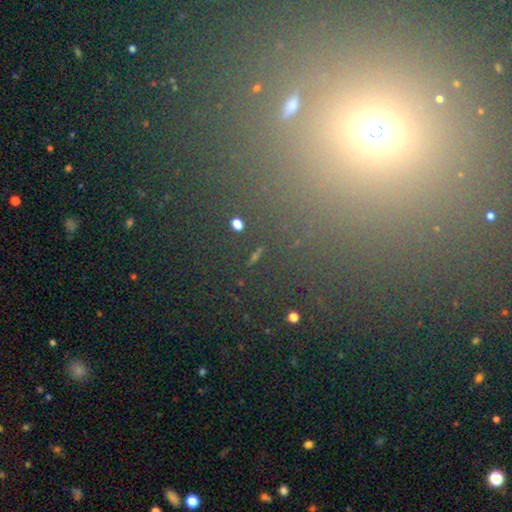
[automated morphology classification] Smooth or featured?
  - star or artifact: 53% *
  - smooth: 30%
  - featured or disk: 16%